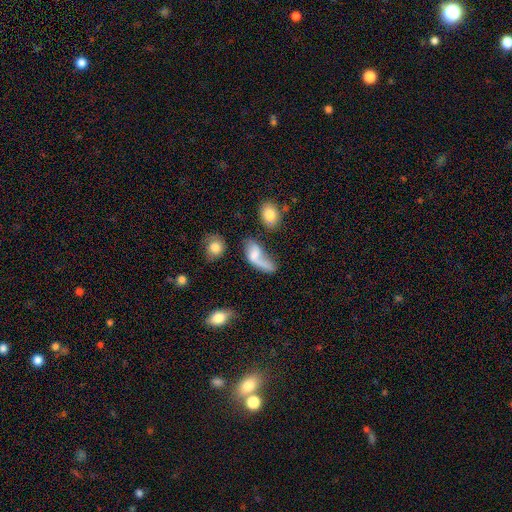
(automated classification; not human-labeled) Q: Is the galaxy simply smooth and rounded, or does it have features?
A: smooth — 46%.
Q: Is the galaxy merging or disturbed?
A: major disturbance — 32%.